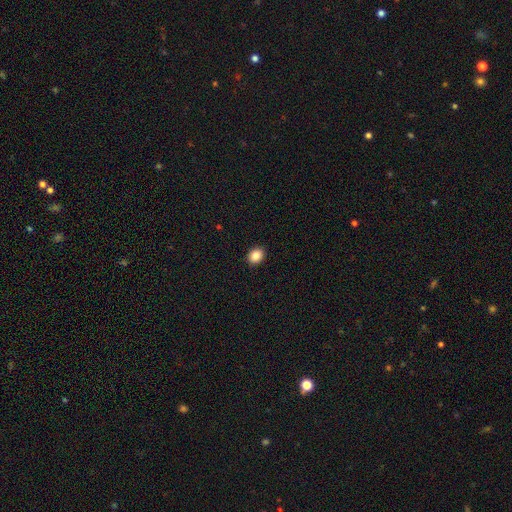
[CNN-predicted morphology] Smooth or featured? smooth (87%)
How rounded? in between (50%)
Merging? none (92%)